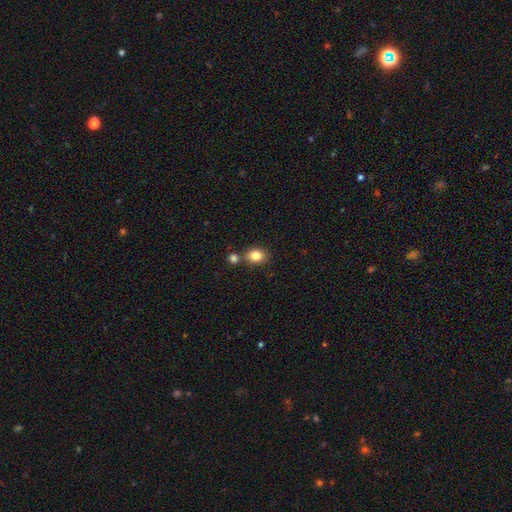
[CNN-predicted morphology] A smooth galaxy with no disk features (84%) that is round (51%). Merging: none (66%).